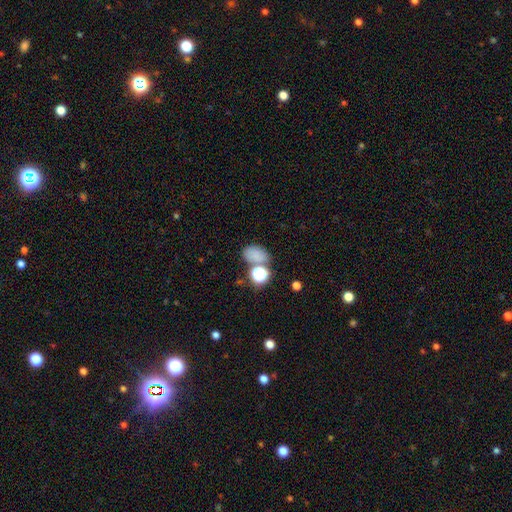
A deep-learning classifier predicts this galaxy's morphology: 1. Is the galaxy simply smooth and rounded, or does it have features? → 72% smooth, 20% star or artifact, 8% featured or disk.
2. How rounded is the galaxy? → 73% in between, 25% round, 1% cigar-shaped.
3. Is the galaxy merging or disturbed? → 57% none, 24% merger, 13% minor disturbance, 6% major disturbance.